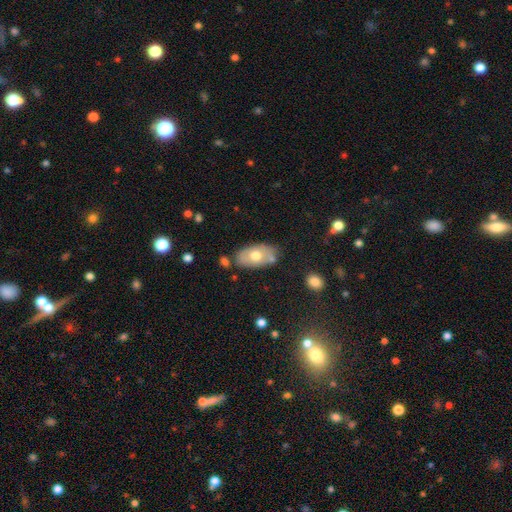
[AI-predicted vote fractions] Smooth or featured: smooth — 63% (featured or disk — 30%)
How rounded: in between — 92% (round — 6%)
Merging: none — 70% (minor disturbance — 17%)